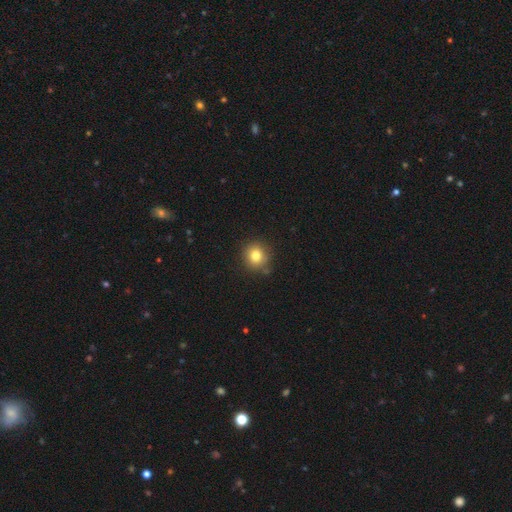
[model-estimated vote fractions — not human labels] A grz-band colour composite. It shows a smooth galaxy with no disk features (80%) that is round (91%). Merging: none (85%).